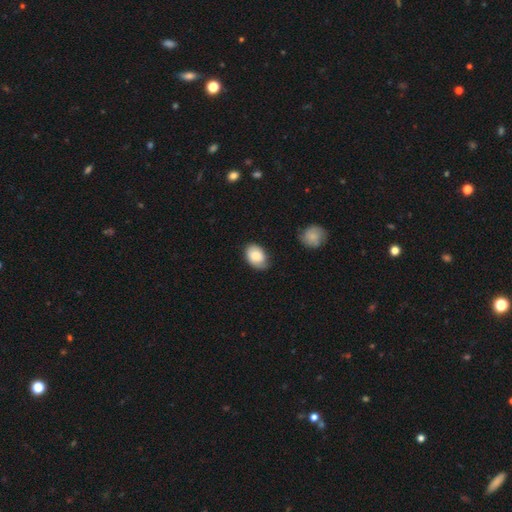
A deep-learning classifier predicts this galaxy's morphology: Q: Smooth or featured?
A: smooth (81%); runner-up: featured or disk (12%)
Q: How rounded?
A: in between (80%); runner-up: round (19%)
Q: Merging?
A: none (65%); runner-up: minor disturbance (28%)